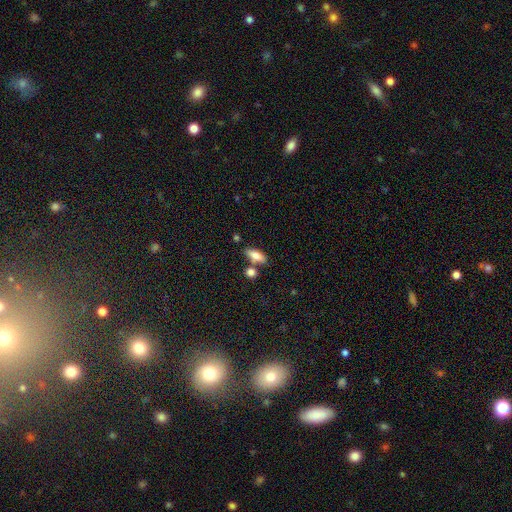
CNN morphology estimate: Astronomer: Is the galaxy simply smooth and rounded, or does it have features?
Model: smooth — 77%.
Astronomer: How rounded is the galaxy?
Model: in between — 71%.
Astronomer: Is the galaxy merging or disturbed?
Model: none — 64%.